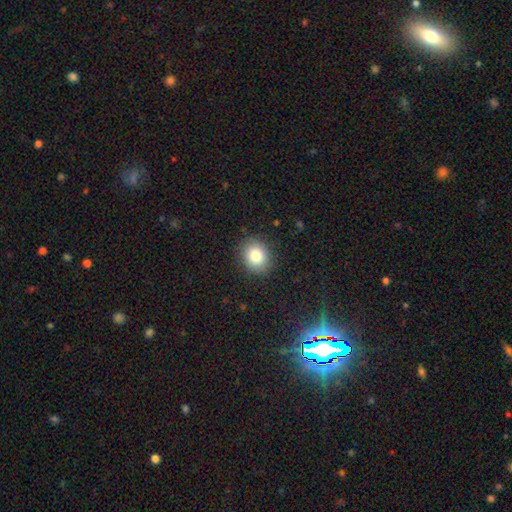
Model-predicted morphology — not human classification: Smooth or featured? Predicted: smooth (p=0.84). How rounded? Predicted: round (p=0.59). Merging? Predicted: none (p=0.88).